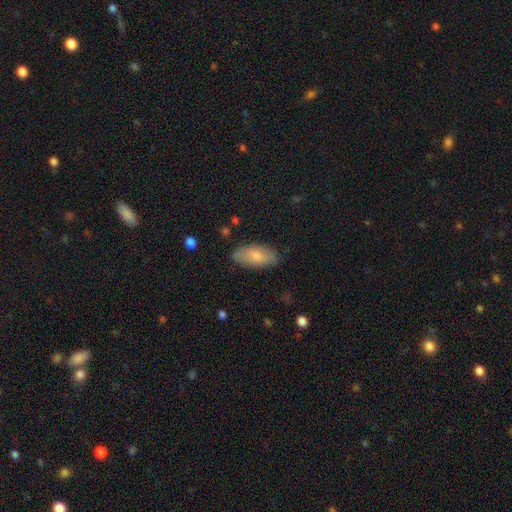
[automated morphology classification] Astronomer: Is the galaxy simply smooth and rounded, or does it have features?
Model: smooth — 77%.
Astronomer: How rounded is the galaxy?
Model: in between — 89%.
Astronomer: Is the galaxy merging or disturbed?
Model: none — 79%.